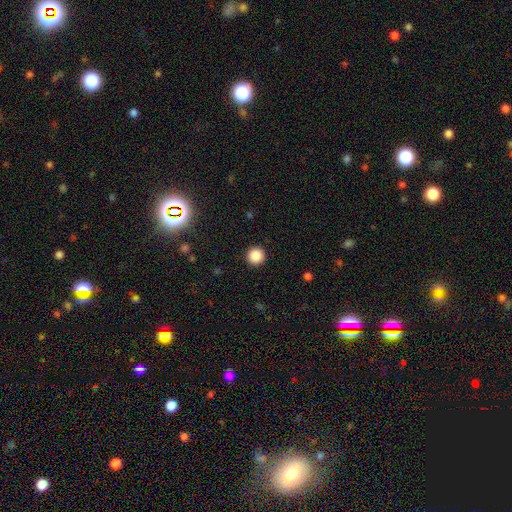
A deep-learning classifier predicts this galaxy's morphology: Overall: smooth (87%). How rounded: round (96%). Merging: none (93%).